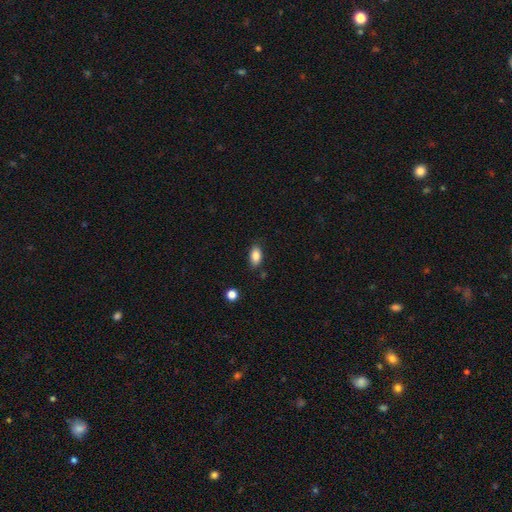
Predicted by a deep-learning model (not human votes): Smooth or featured?
  - smooth: 85% *
  - star or artifact: 8%
  - featured or disk: 7%
How rounded?
  - in between: 90% *
  - round: 6%
  - cigar-shaped: 3%
Merging?
  - none: 82% *
  - minor disturbance: 13%
  - major disturbance: 3%
  - merger: 2%